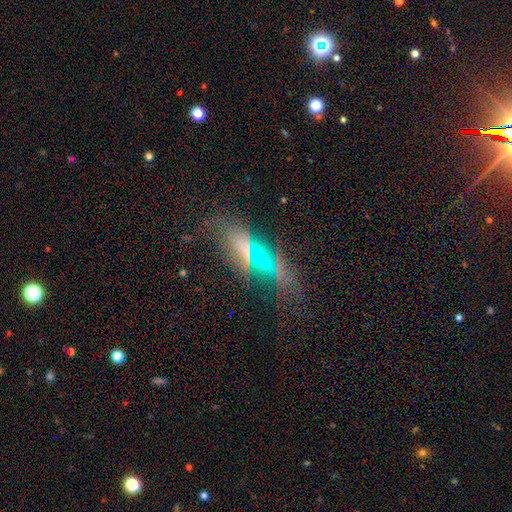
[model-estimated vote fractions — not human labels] featured or disk 47%, smooth 32%, star or artifact 21%. Down the decision tree: merging — none (56%).